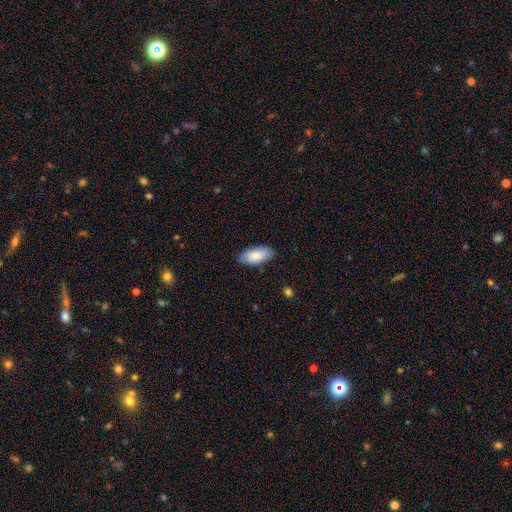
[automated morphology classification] Overall: smooth (84%). How rounded: in between (91%). Merging: none (84%).